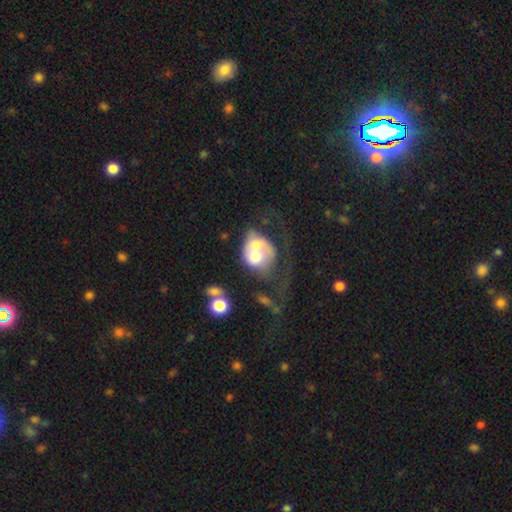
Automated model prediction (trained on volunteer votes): A featured or disk galaxy (46%).

Vote fractions:
- Smooth or featured? featured or disk: 46% / smooth: 45% / star or artifact: 9%
- Merging? merger: 57% / major disturbance: 22% / none: 13% / minor disturbance: 8%